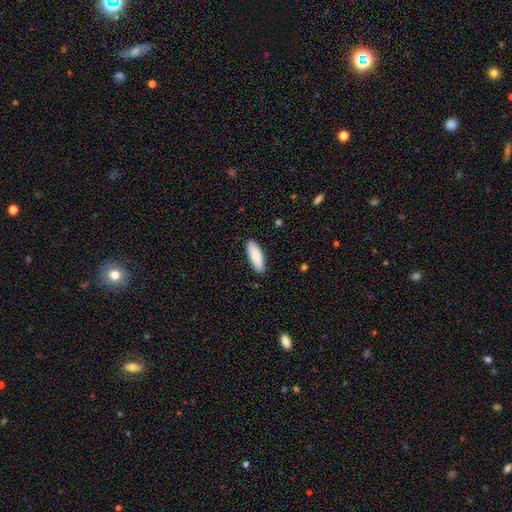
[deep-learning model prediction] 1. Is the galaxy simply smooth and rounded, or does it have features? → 87% smooth, 8% featured or disk, 5% star or artifact.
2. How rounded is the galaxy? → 61% in between, 37% cigar-shaped, 2% round.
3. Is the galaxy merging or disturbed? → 89% none, 9% minor disturbance, 2% major disturbance, 1% merger.